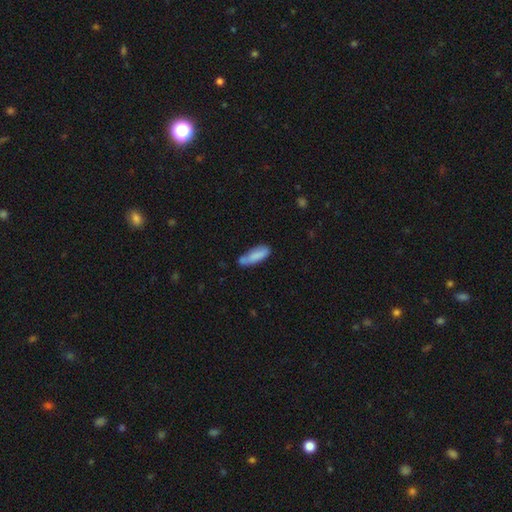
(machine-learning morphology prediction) Smooth or featured: smooth — 81% (featured or disk — 12%)
How rounded: in between — 50% (cigar-shaped — 48%)
Merging: none — 52% (minor disturbance — 27%)